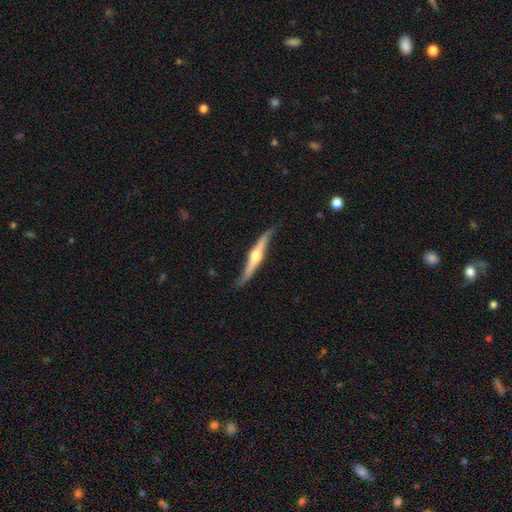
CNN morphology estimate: The model was most divided on "merging": none: 71%, minor disturbance: 22%, major disturbance: 5%, merger: 2%. More confident: edge-on bulge — rounded (90%); edge-on disk — yes (88%); smooth or featured — featured or disk (76%).